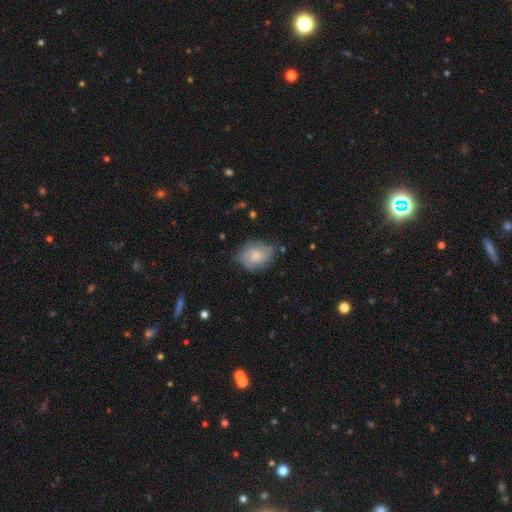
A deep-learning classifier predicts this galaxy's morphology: The model was most divided on "bulge size": small: 39%, moderate: 35%, none: 17%, large: 7%, dominant: 2%. More confident: edge-on disk — no (97%); spiral arms — yes (87%); bar — no (73%); merging — none (71%); smooth or featured — featured or disk (55%).